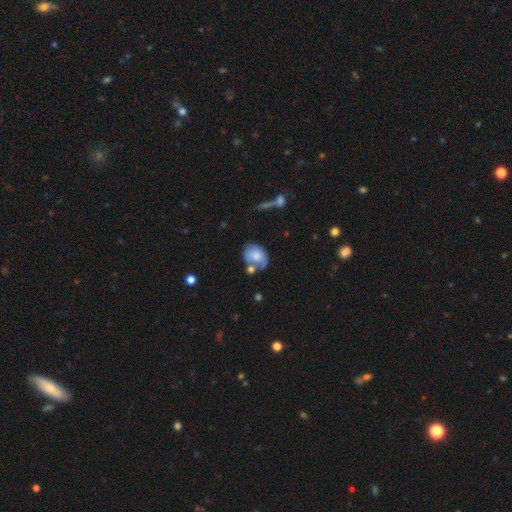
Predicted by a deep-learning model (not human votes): Q: Smooth or featured?
A: smooth (68%); runner-up: featured or disk (24%)
Q: How rounded?
A: in between (53%); runner-up: round (46%)
Q: Merging?
A: none (39%); runner-up: minor disturbance (26%)